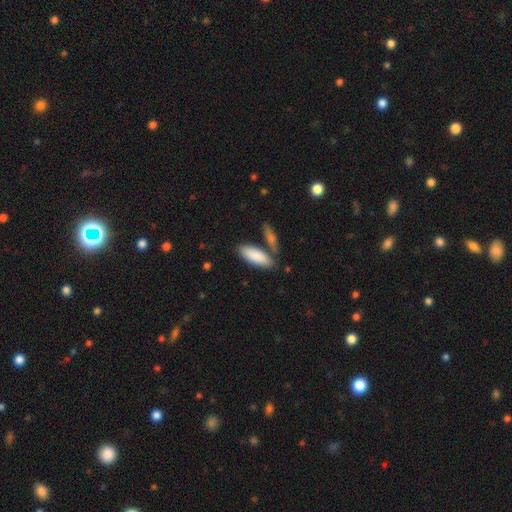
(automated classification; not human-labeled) Smooth or featured? smooth (87%)
How rounded? in between (73%)
Merging? none (65%)